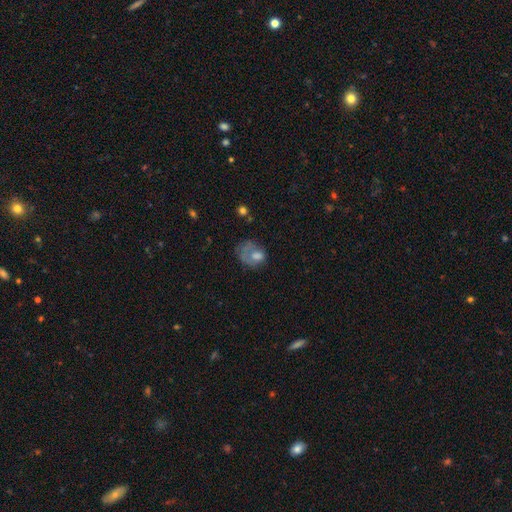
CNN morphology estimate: A smooth galaxy with no disk features (50%).

Vote fractions:
- Smooth or featured? smooth: 50% / featured or disk: 37% / star or artifact: 13%
- Merging? major disturbance: 39% / none: 33% / minor disturbance: 23% / merger: 5%